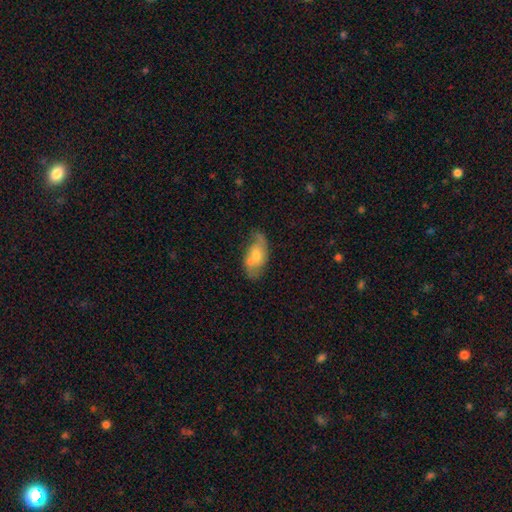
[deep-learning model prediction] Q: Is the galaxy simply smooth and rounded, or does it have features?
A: featured or disk — 49%.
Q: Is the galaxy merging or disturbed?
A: none — 56%.